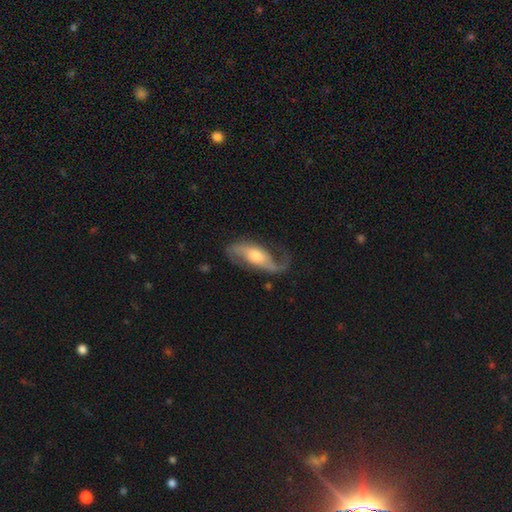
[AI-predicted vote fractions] smooth_or_featured: featured or disk (p=0.82) [alt: smooth p=0.13]
disk_edge_on: no (p=0.90) [alt: yes p=0.10]
bar: no (p=0.49) [alt: weak p=0.34]
has_spiral_arms: yes (p=0.95) [alt: no p=0.05]
spiral_winding: loose (p=0.61) [alt: medium p=0.30]
spiral_arm_count: 2 (p=0.85) [alt: 1 p=0.09]
bulge_size: moderate (p=0.63) [alt: small p=0.19]
merging: none (p=0.64) [alt: minor disturbance p=0.19]